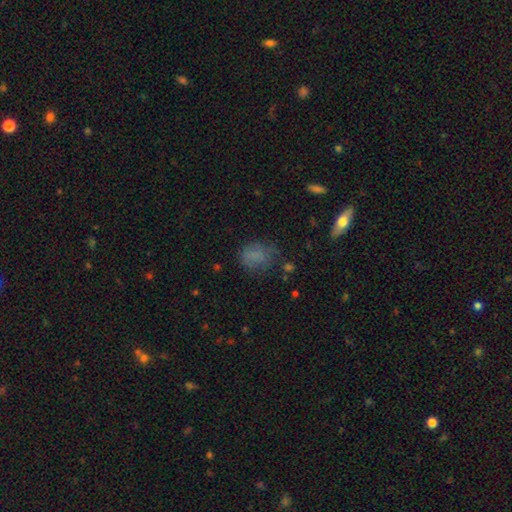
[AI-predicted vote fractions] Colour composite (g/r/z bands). It shows a smooth galaxy with no disk features (72%) that is round (50%). Merging: none (57%).